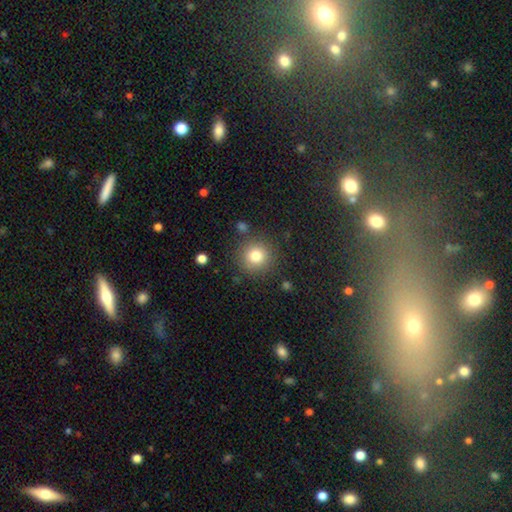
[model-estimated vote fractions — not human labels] Smooth or featured? Predicted: smooth (p=0.81). How rounded? Predicted: round (p=0.94). Merging? Predicted: none (p=0.85).